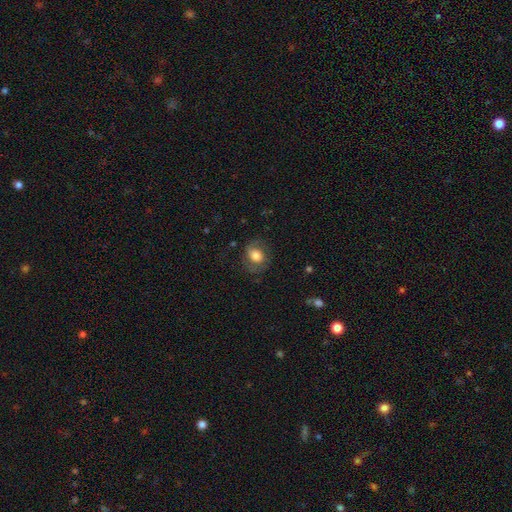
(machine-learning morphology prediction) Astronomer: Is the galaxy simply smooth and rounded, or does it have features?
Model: smooth — 63%.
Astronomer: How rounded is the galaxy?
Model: in between — 54% (runner-up: round, 45%).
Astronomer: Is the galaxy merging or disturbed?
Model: none — 64%.